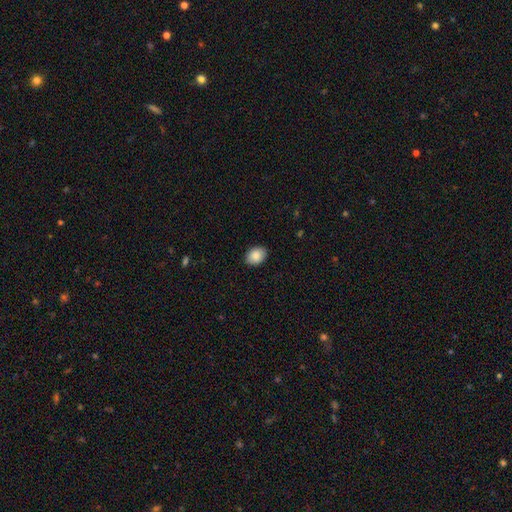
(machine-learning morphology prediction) Smooth or featured?
  - smooth: 88% *
  - star or artifact: 7%
  - featured or disk: 5%
How rounded?
  - in between: 74% *
  - round: 25%
  - cigar-shaped: 1%
Merging?
  - none: 89% *
  - minor disturbance: 8%
  - major disturbance: 2%
  - merger: 1%